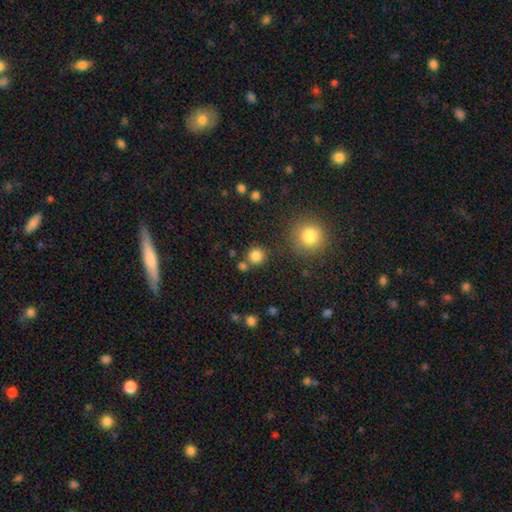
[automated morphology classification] type=smooth (83%); roundness=round (93%); merging=none (78%).